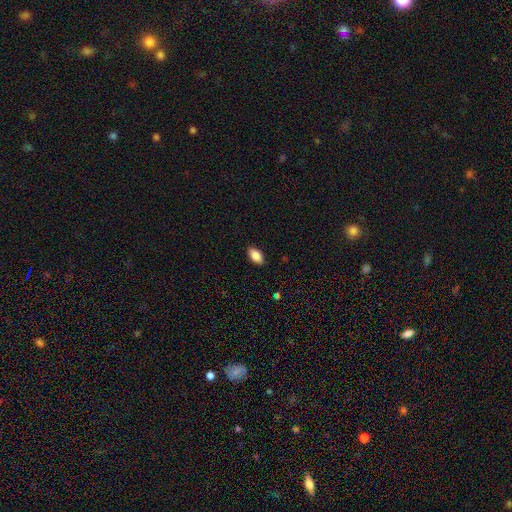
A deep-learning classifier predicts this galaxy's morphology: Smooth or featured? Predicted: smooth (p=0.88). How rounded? Predicted: in between (p=0.94). Merging? Predicted: none (p=0.88).